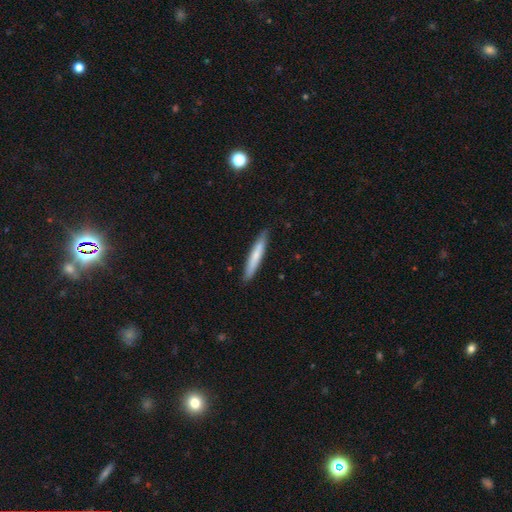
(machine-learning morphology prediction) Overall: smooth (68%). How rounded: cigar-shaped (93%). Merging: none (87%).